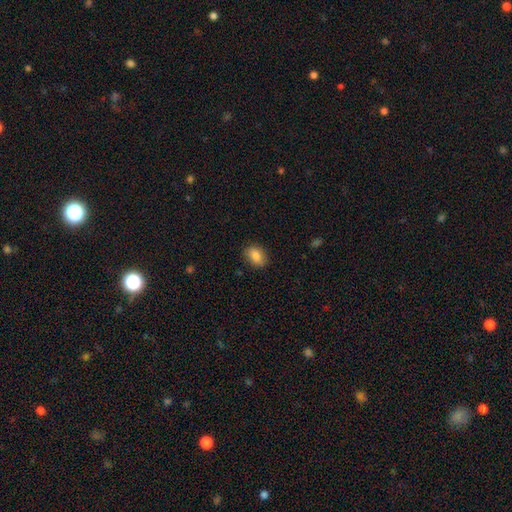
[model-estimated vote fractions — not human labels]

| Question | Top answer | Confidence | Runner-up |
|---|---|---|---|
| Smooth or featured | smooth | 85% | star or artifact (8%) |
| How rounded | in between | 74% | round (24%) |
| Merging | none | 85% | minor disturbance (12%) |